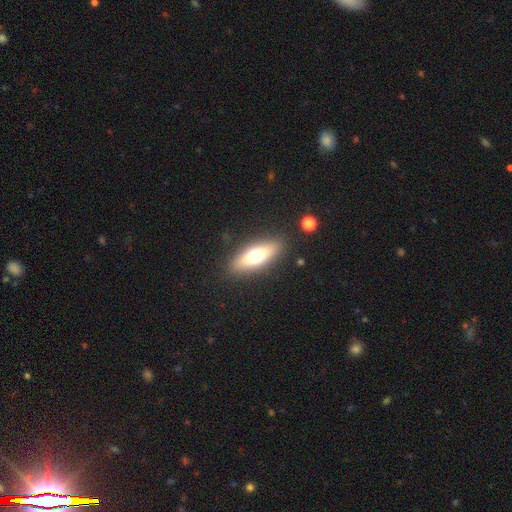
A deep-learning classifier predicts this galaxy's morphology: type=smooth (58%); roundness=in between (57%); merging=none (87%).